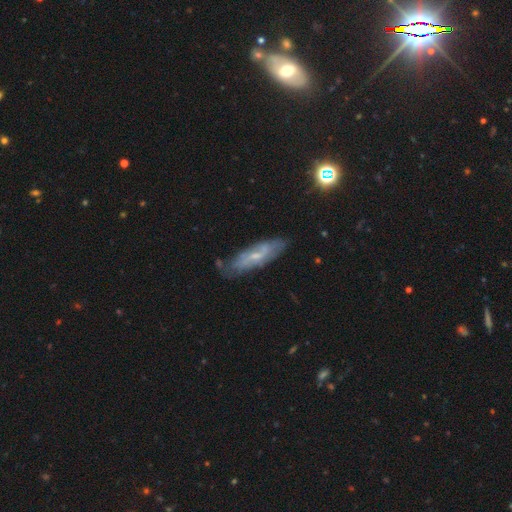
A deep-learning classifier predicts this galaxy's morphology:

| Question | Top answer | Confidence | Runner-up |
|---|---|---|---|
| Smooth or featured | featured or disk | 60% | smooth (32%) |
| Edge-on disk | no | 70% | yes (30%) |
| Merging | none | 71% | minor disturbance (20%) |